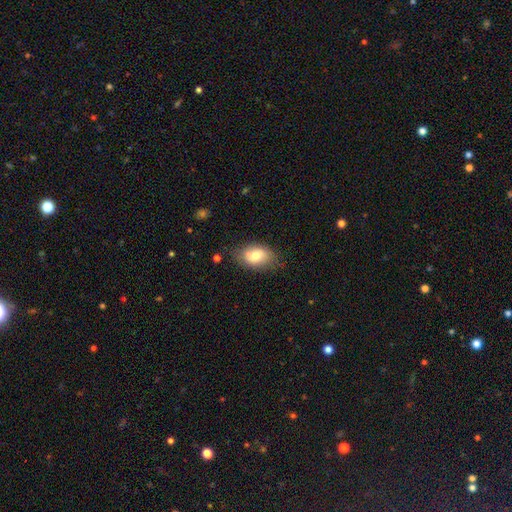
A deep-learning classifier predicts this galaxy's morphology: Q: Smooth or featured?
A: smooth (74%); runner-up: featured or disk (18%)
Q: How rounded?
A: in between (87%); runner-up: round (11%)
Q: Merging?
A: none (74%); runner-up: minor disturbance (20%)